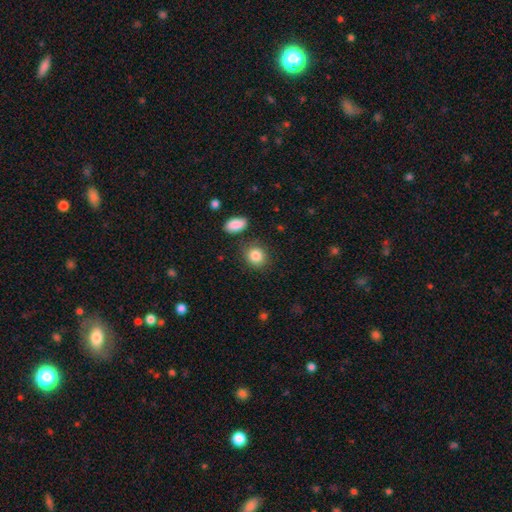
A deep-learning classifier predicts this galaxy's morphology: Q: Smooth or featured?
A: smooth (86%); runner-up: star or artifact (9%)
Q: How rounded?
A: round (76%); runner-up: in between (23%)
Q: Merging?
A: none (82%); runner-up: minor disturbance (10%)